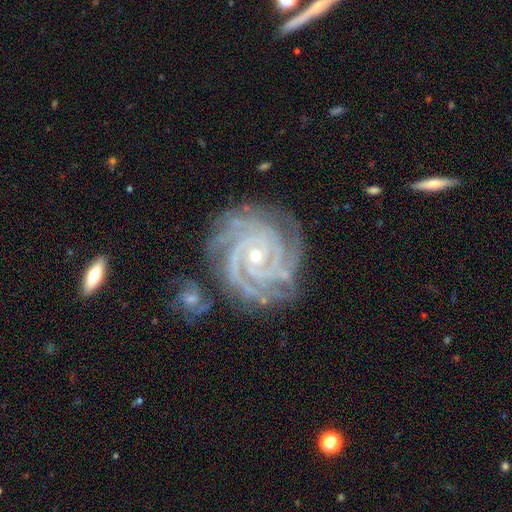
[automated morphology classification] Smooth or featured?
  - featured or disk: 92% *
  - star or artifact: 5%
  - smooth: 2%
Edge-on disk?
  - no: 98% *
  - yes: 2%
Bar?
  - no: 67% *
  - weak: 21%
  - strong: 12%
Spiral arms?
  - yes: 99% *
  - no: 1%
Spiral winding?
  - tight: 84% *
  - medium: 15%
  - loose: 2%
Spiral arm count?
  - 3: 33% *
  - 4: 24%
  - 2: 17%
  - can't tell: 10%
  - more than 4: 9%
  - 1: 7%
Bulge size?
  - small: 64% *
  - moderate: 33%
  - large: 1%
  - none: 1%
  - dominant: 1%
Merging?
  - none: 74% *
  - minor disturbance: 17%
  - major disturbance: 5%
  - merger: 4%